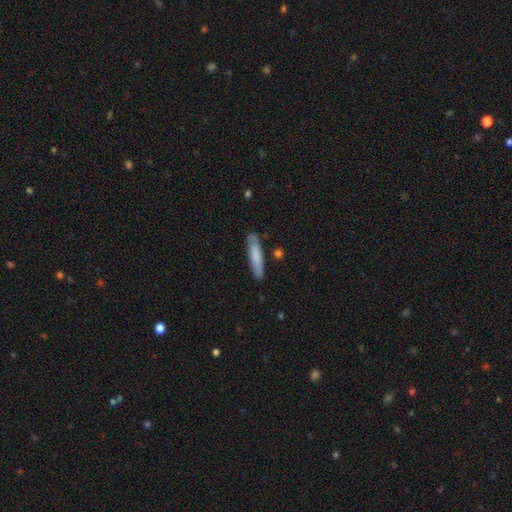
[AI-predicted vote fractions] Smooth or featured: smooth — 74% (featured or disk — 21%)
How rounded: cigar-shaped — 83% (in between — 15%)
Merging: none — 83% (minor disturbance — 13%)